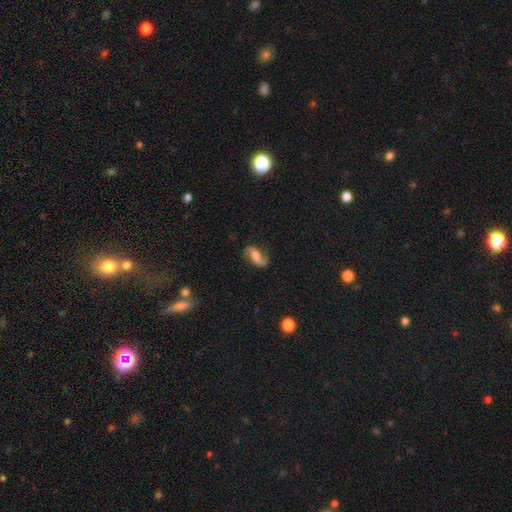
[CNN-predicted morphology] smooth-or-featured: featured or disk: 77% | smooth: 15% | star or artifact: 7%
  disk-edge-on: no: 96% | yes: 4%
    bar: weak: 41% | no: 40% | strong: 19%
    has-spiral-arms: yes: 95% | no: 5%
      spiral-winding: loose: 70% | medium: 24% | tight: 6%
      spiral-arm-count: 2: 91% | 1: 4% | can't tell: 2% | 3: 1% | 4: 1% | more than 4: 1%
    bulge-size: moderate: 31% | none: 26% | large: 21% | small: 19% | dominant: 3%
  merging: none: 73% | minor disturbance: 17% | major disturbance: 8% | merger: 2%